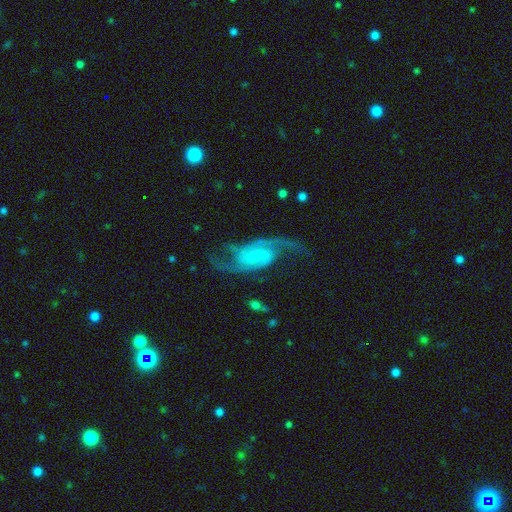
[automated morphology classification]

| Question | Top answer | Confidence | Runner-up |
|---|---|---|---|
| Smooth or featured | featured or disk | 88% | smooth (6%) |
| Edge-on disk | no | 97% | yes (3%) |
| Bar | no | 45% | weak (39%) |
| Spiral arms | yes | 97% | no (3%) |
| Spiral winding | loose | 49% | medium (41%) |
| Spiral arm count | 2 | 90% | 3 (3%) |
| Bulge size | none | 52% | small (31%) |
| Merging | none | 64% | minor disturbance (17%) |